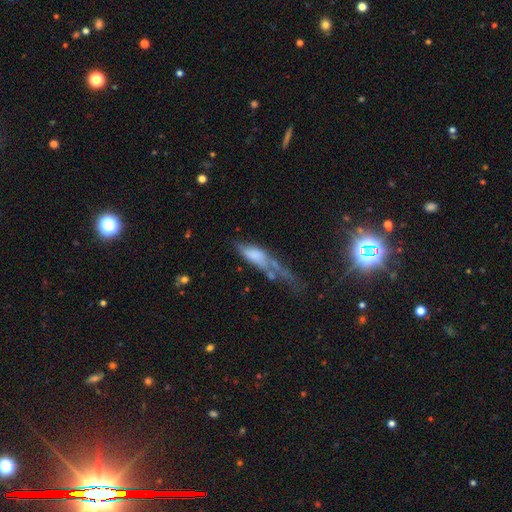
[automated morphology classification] Smooth or featured: smooth — 53% (featured or disk — 38%)
How rounded: in between — 53% (cigar-shaped — 43%)
Merging: major disturbance — 43% (minor disturbance — 22%)